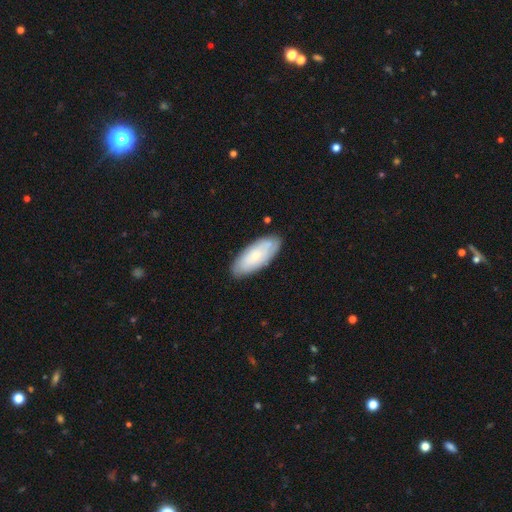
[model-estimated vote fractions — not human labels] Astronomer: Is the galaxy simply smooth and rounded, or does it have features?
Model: smooth — 65%.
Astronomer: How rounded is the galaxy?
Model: in between — 84%.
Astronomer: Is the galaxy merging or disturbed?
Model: none — 82%.